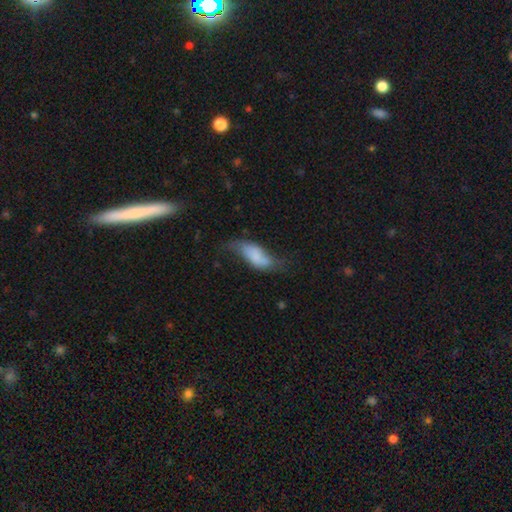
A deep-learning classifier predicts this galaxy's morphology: Smooth or featured? smooth (57%)
How rounded? in between (79%)
Merging? none (36%)